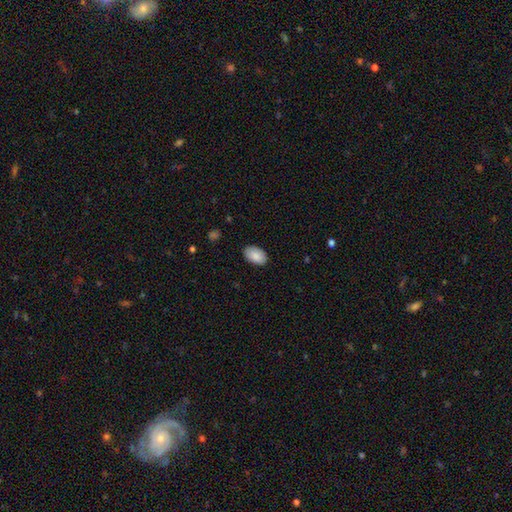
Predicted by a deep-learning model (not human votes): smooth 89%, star or artifact 6%, featured or disk 5%. Down the decision tree: how rounded — in between (93%); merging — none (87%).